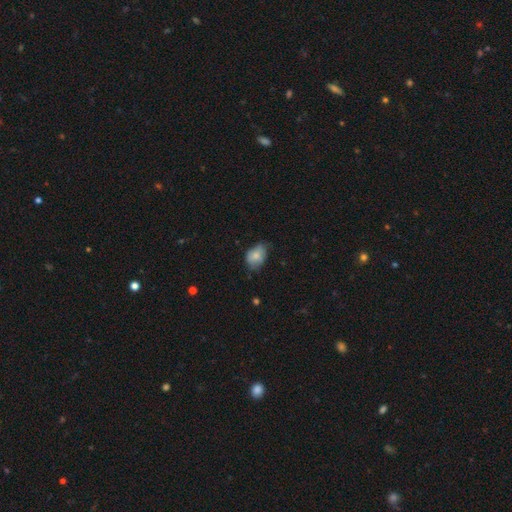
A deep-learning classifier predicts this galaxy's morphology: The model was most divided on "merging": none: 51%, minor disturbance: 37%, major disturbance: 10%, merger: 1%. More confident: how rounded — in between (76%); smooth or featured — smooth (75%).